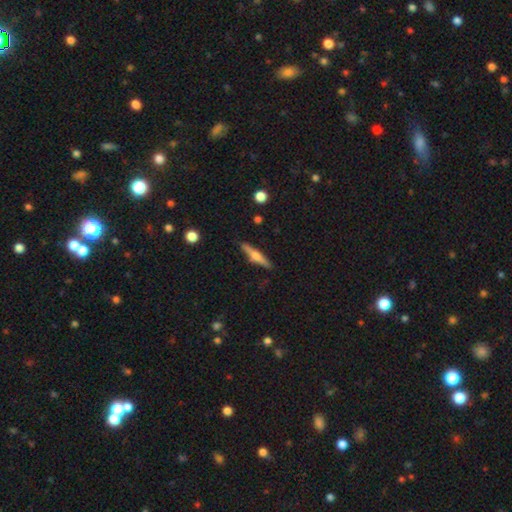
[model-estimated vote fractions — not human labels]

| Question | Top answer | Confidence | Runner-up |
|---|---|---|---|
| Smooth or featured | featured or disk | 63% | smooth (31%) |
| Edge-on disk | yes | 97% | no (3%) |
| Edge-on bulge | rounded | 92% | boxy (4%) |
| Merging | none | 88% | minor disturbance (9%) |